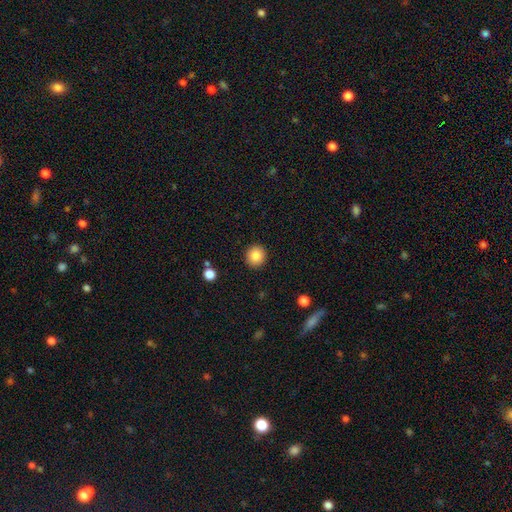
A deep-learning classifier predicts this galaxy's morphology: Smooth or featured? smooth (85%)
How rounded? round (92%)
Merging? none (92%)